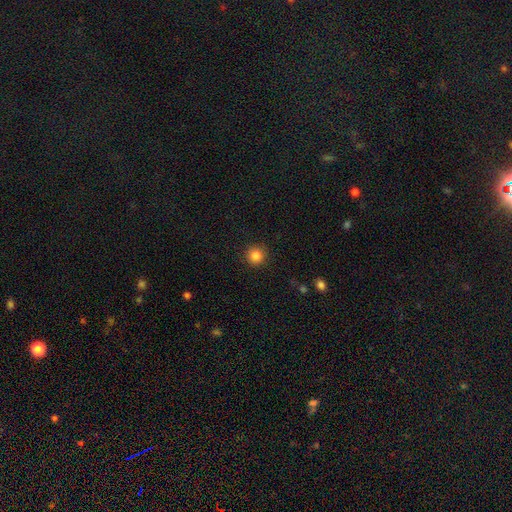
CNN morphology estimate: The model was most divided on "smooth or featured": smooth: 85%, star or artifact: 11%, featured or disk: 4%. More confident: how rounded — round (95%); merging — none (92%).